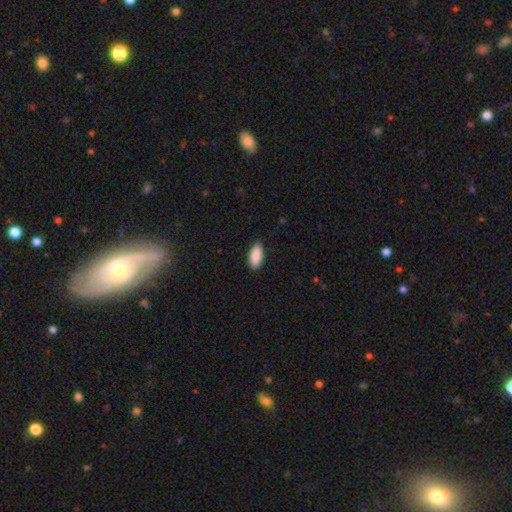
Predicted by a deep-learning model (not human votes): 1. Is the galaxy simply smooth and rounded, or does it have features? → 90% smooth, 6% star or artifact, 4% featured or disk.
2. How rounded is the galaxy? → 87% in between, 11% cigar-shaped, 2% round.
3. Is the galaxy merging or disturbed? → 87% none, 10% minor disturbance, 2% major disturbance, 1% merger.